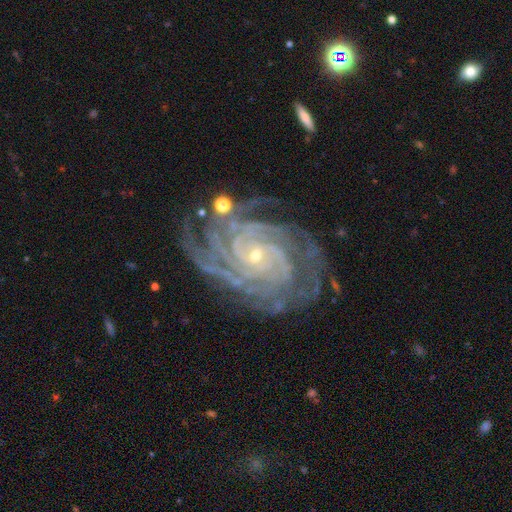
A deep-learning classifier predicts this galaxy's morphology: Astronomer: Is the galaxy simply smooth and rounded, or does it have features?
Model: featured or disk — 92%.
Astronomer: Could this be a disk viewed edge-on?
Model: no — 97%.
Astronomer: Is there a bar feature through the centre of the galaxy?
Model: no — 70%.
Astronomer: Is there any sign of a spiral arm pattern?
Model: yes — 98%.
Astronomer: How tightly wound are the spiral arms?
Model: tight — 77%.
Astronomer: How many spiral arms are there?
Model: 4 — 29% (runner-up: more than 4, 25%).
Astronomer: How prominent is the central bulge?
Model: small — 77%.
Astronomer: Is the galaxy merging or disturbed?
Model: none — 70%.